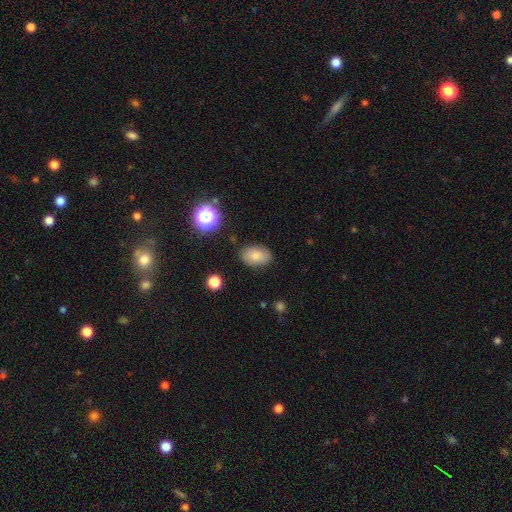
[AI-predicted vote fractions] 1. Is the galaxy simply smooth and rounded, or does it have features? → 79% smooth, 11% featured or disk, 10% star or artifact.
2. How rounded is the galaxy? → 84% in between, 14% round, 1% cigar-shaped.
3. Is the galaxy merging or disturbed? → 83% none, 12% minor disturbance, 3% major disturbance, 2% merger.